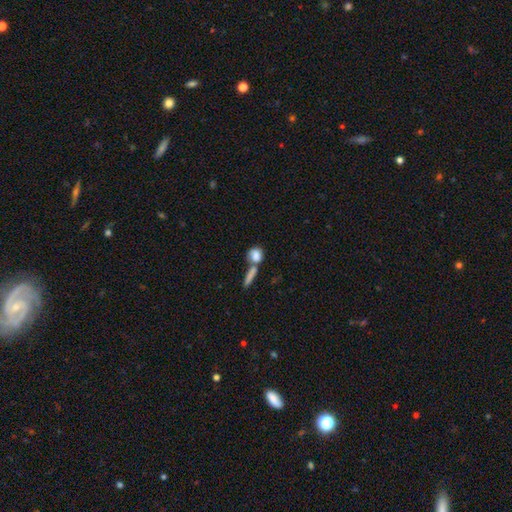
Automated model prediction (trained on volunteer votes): smooth_or_featured: smooth (p=0.78) [alt: featured or disk p=0.14]
how_rounded: round (p=0.53) [alt: in between p=0.37]
merging: merger (p=0.43) [alt: none p=0.39]